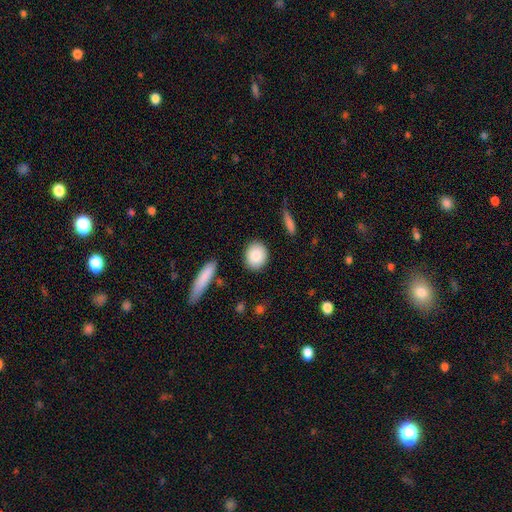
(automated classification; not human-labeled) smooth 85%, featured or disk 9%, star or artifact 7%. Down the decision tree: how rounded — round (63%); merging — none (88%).